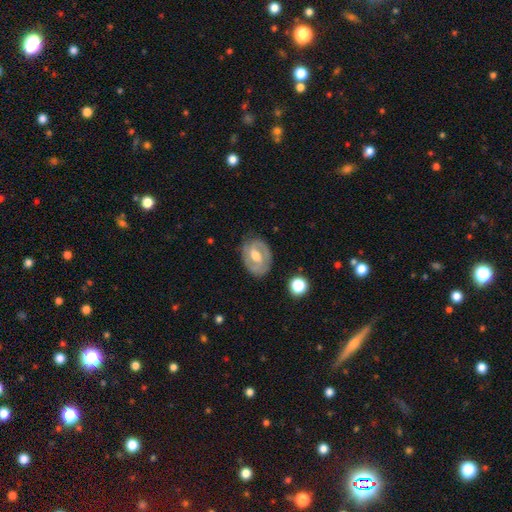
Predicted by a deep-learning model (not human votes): Smooth or featured: featured or disk — 75% (smooth — 19%)
Edge-on disk: no — 97% (yes — 3%)
Bar: weak — 51% (no — 29%)
Spiral arms: yes — 84% (no — 16%)
Spiral winding: tight — 47% (medium — 41%)
Spiral arm count: 2 — 79% (can't tell — 11%)
Bulge size: moderate — 69% (small — 17%)
Merging: none — 78% (minor disturbance — 16%)